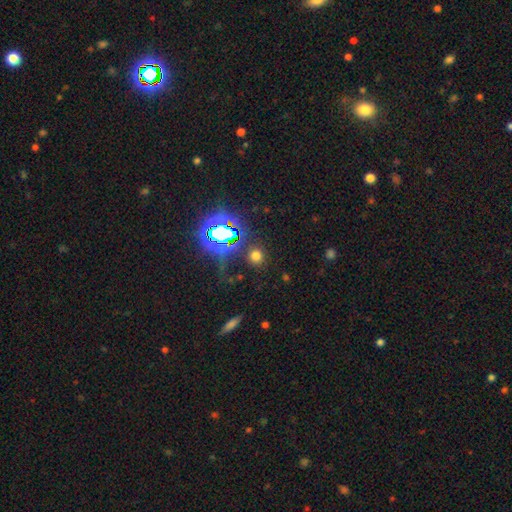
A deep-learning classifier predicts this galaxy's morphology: Smooth or featured?
  - smooth: 62% *
  - star or artifact: 32%
  - featured or disk: 7%
How rounded?
  - round: 88% *
  - in between: 11%
  - cigar-shaped: 1%
Merging?
  - none: 86% *
  - minor disturbance: 7%
  - major disturbance: 4%
  - merger: 3%